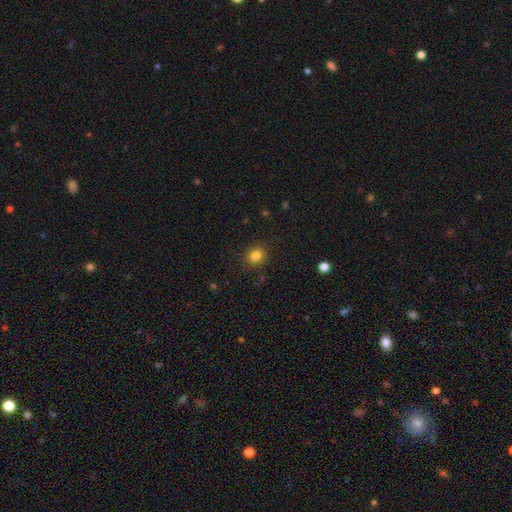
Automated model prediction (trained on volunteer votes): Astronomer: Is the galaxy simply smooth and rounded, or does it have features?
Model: smooth — 83%.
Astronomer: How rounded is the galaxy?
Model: round — 76%.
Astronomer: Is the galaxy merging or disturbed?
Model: none — 89%.